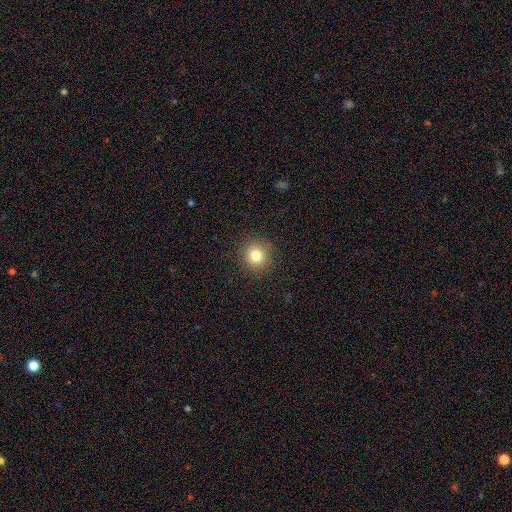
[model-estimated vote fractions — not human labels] Morphology: type=smooth (81%); roundness=round (92%); merging=none (90%).